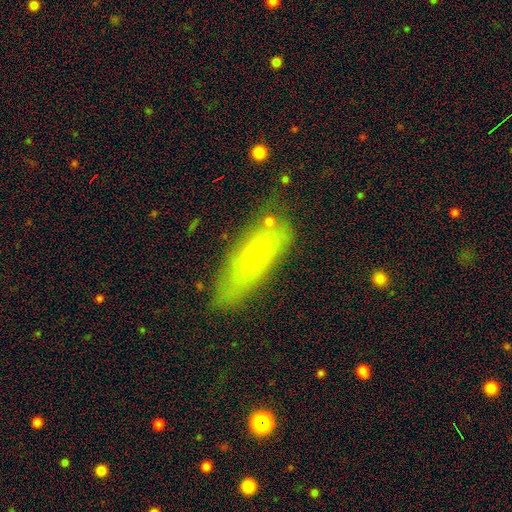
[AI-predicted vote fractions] smooth-or-featured: smooth: 58% | featured or disk: 33% | star or artifact: 9%
  how-rounded: in between: 54% | cigar-shaped: 43% | round: 3%
  merging: none: 65% | minor disturbance: 23% | major disturbance: 8% | merger: 5%